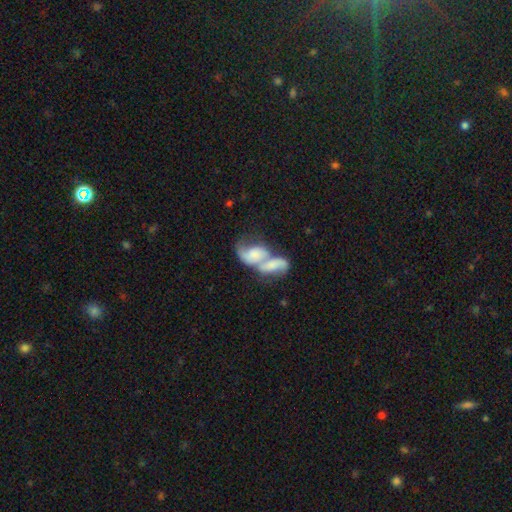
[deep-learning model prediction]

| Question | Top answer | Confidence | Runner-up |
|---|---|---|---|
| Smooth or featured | featured or disk | 48% | smooth (44%) |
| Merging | merger | 79% | major disturbance (9%) |